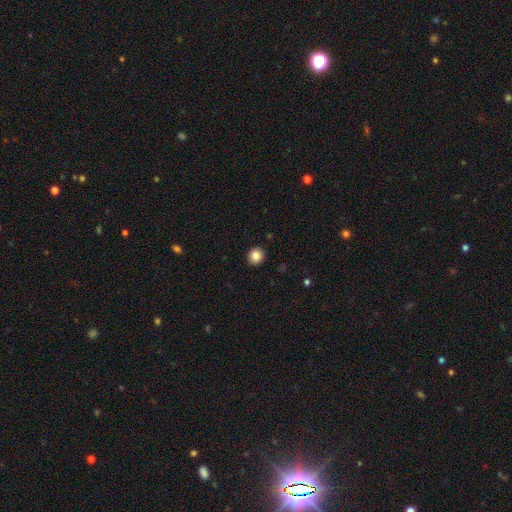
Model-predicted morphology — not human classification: Q: Smooth or featured?
A: smooth (85%); runner-up: star or artifact (10%)
Q: How rounded?
A: round (91%); runner-up: in between (8%)
Q: Merging?
A: none (93%); runner-up: minor disturbance (5%)